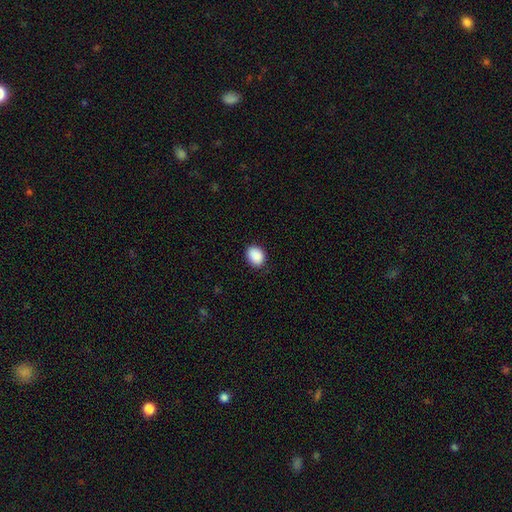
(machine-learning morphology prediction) A smooth galaxy with no disk features (90%) that is in between round and cigar-shaped (60%). Merging: none (87%).